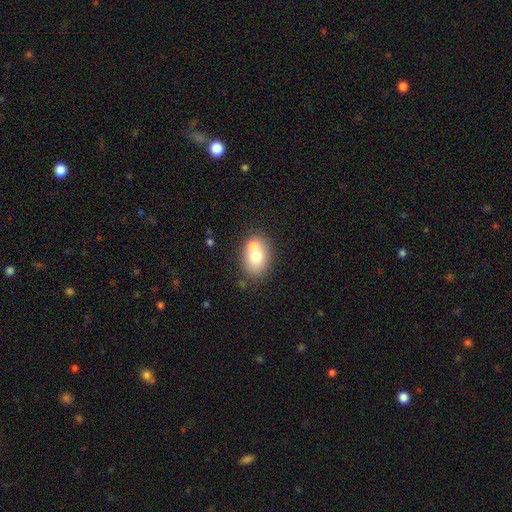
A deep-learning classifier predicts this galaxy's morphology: A smooth galaxy with no disk features (68%) that is in between round and cigar-shaped (69%). Merging: none (44%).